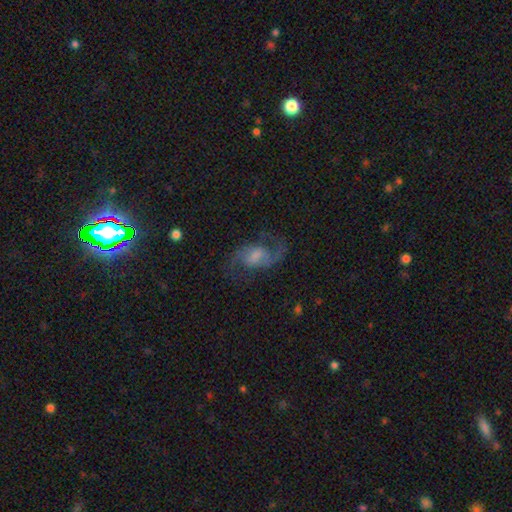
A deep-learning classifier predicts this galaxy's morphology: smooth_or_featured: featured or disk (p=0.81) [alt: smooth p=0.10]
disk_edge_on: no (p=0.97) [alt: yes p=0.03]
bar: weak (p=0.52) [alt: no p=0.35]
has_spiral_arms: yes (p=0.95) [alt: no p=0.05]
spiral_winding: medium (p=0.50) [alt: loose p=0.40]
spiral_arm_count: 2 (p=0.91) [alt: can't tell p=0.03]
bulge_size: moderate (p=0.35) [alt: small p=0.31]
merging: none (p=0.72) [alt: minor disturbance p=0.15]